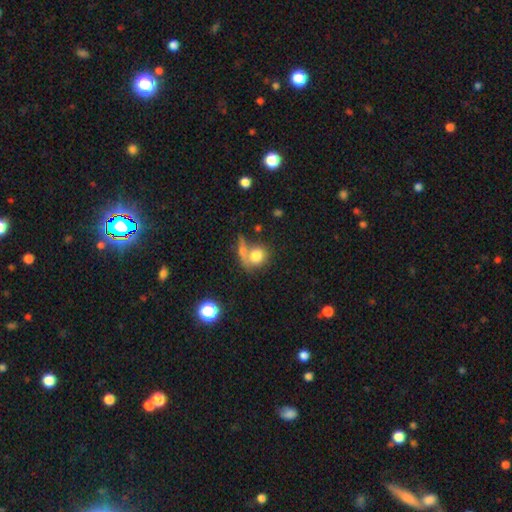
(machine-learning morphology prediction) This is likely a smooth galaxy (77%). How rounded: likely round (74%). Merging: marginally none (44%).